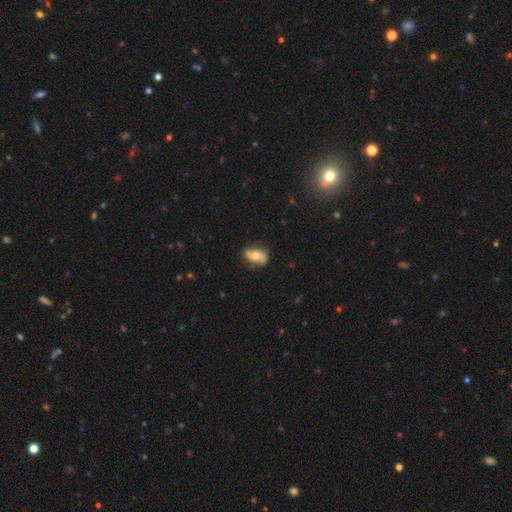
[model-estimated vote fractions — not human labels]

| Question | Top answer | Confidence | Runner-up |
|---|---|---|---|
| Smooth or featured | featured or disk | 50% | smooth (43%) |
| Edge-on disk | no | 91% | yes (9%) |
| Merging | none | 70% | minor disturbance (22%) |